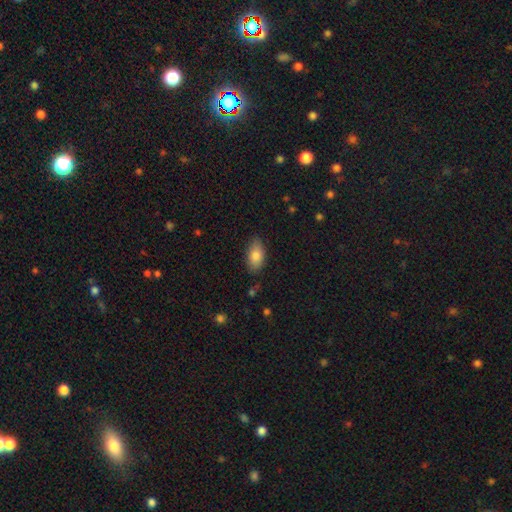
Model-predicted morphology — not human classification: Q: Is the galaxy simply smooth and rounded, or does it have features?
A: smooth — 84%.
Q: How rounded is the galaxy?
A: in between — 92%.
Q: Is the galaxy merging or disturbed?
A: none — 81%.